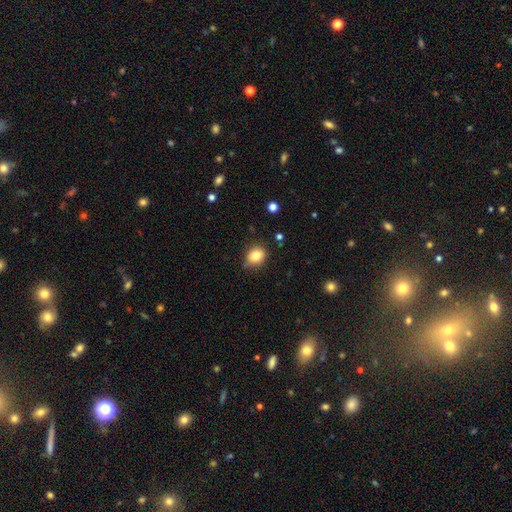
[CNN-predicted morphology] type=smooth (82%); roundness=round (61%); merging=none (77%).